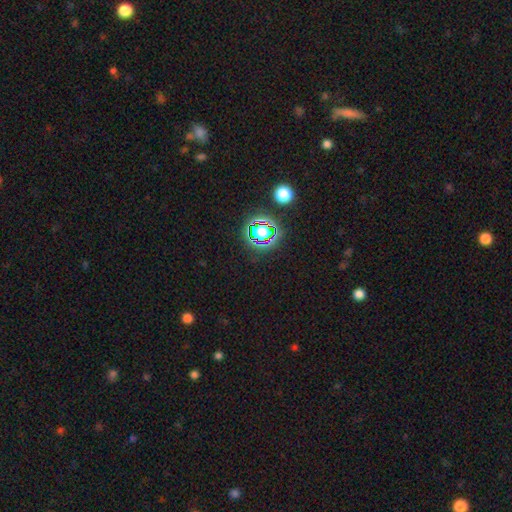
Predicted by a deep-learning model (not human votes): Q: Smooth or featured?
A: star or artifact (77%); runner-up: smooth (15%)